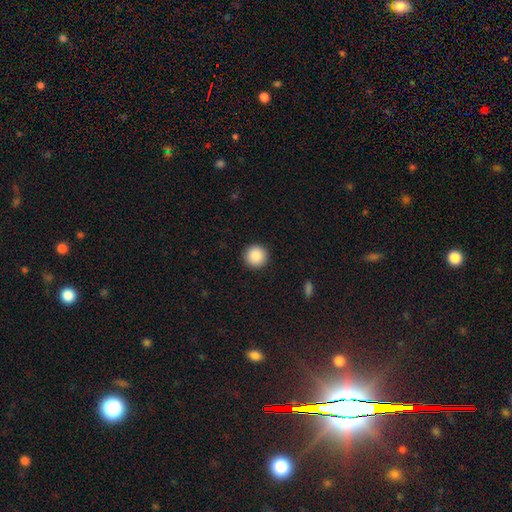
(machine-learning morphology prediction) A smooth galaxy with no disk features (88%) that is round (96%).

Vote fractions:
- Smooth or featured? smooth: 88% / star or artifact: 8% / featured or disk: 4%
- How rounded? round: 96% / in between: 3% / cigar-shaped: 1%
- Merging? none: 93% / minor disturbance: 4% / major disturbance: 2% / merger: 1%